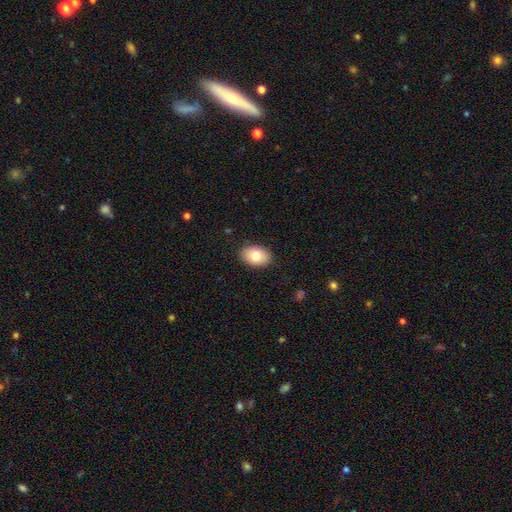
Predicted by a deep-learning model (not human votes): Q: Smooth or featured?
A: smooth (78%); runner-up: featured or disk (14%)
Q: How rounded?
A: in between (83%); runner-up: round (16%)
Q: Merging?
A: none (88%); runner-up: minor disturbance (9%)